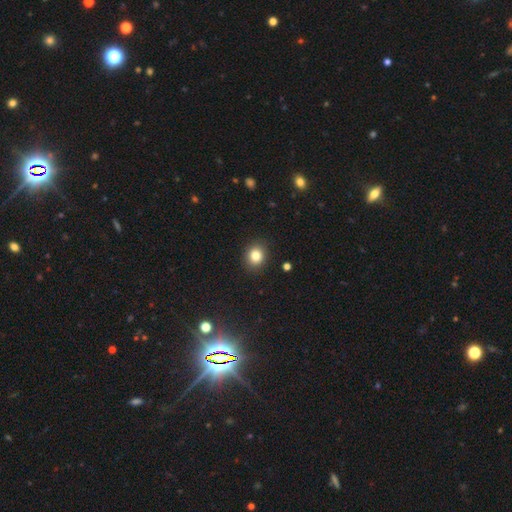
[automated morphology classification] Q: Smooth or featured?
A: smooth (83%); runner-up: star or artifact (11%)
Q: How rounded?
A: round (71%); runner-up: in between (28%)
Q: Merging?
A: none (89%); runner-up: minor disturbance (8%)